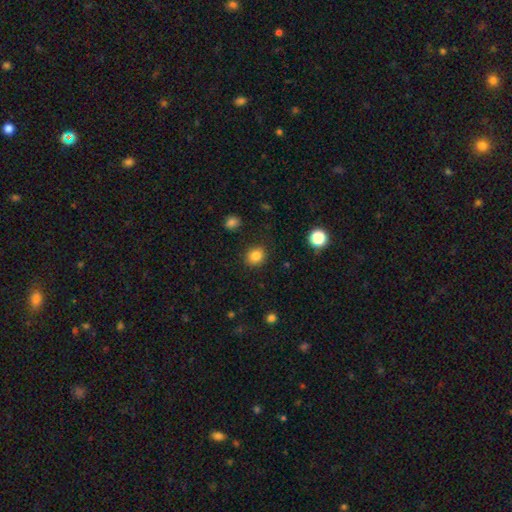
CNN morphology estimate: smooth 84%, star or artifact 11%, featured or disk 5%. Down the decision tree: how rounded — round (70%); merging — none (88%).